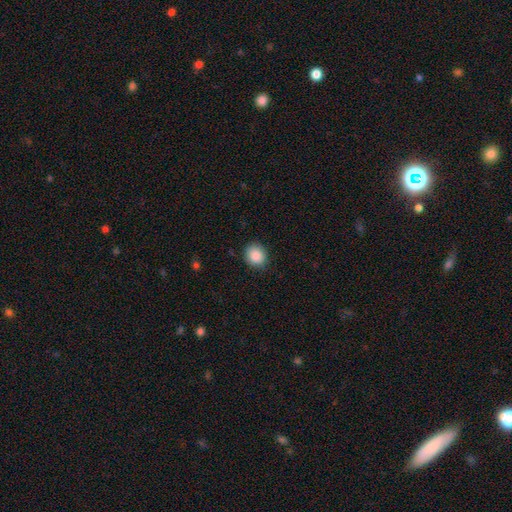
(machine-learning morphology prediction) smooth-or-featured: smooth: 89% | star or artifact: 8% | featured or disk: 3%
  how-rounded: round: 79% | in between: 20% | cigar-shaped: 1%
  merging: none: 86% | minor disturbance: 10% | major disturbance: 2% | merger: 1%